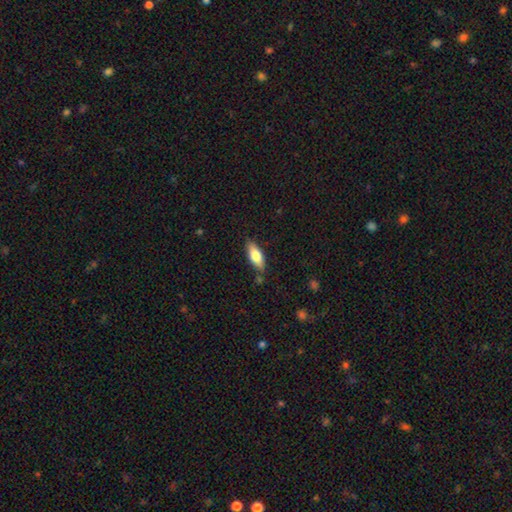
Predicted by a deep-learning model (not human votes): Smooth or featured? smooth (72%)
How rounded? in between (74%)
Merging? none (79%)